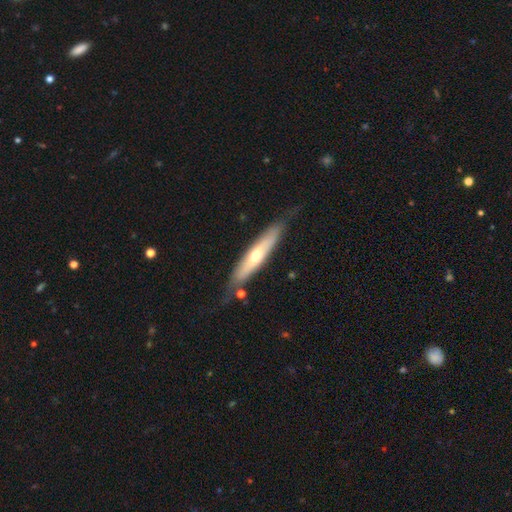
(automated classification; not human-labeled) A featured or disk galaxy (50%).

Vote fractions:
- Smooth or featured? featured or disk: 50% / smooth: 45% / star or artifact: 5%
- Merging? none: 74% / minor disturbance: 18% / major disturbance: 5% / merger: 3%